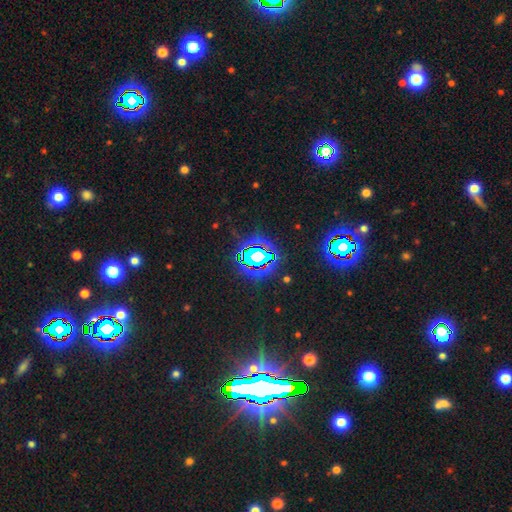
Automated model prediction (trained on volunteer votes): smooth_or_featured: star or artifact (p=0.76) [alt: smooth p=0.15]